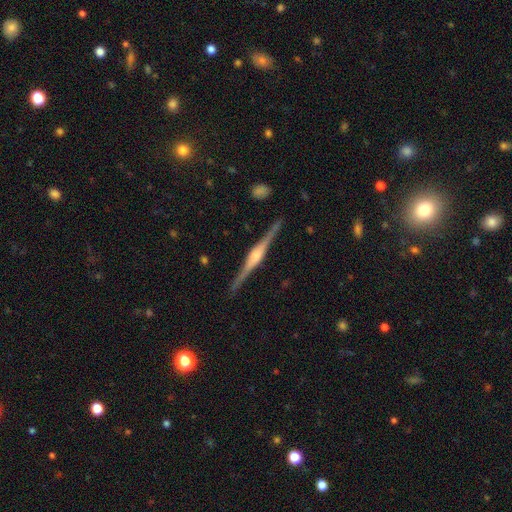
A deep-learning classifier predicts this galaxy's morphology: smooth_or_featured: featured or disk (p=0.86) [alt: smooth p=0.09]
disk_edge_on: yes (p=0.98) [alt: no p=0.02]
edge_on_bulge: rounded (p=0.80) [alt: boxy p=0.16]
merging: none (p=0.89) [alt: minor disturbance p=0.08]